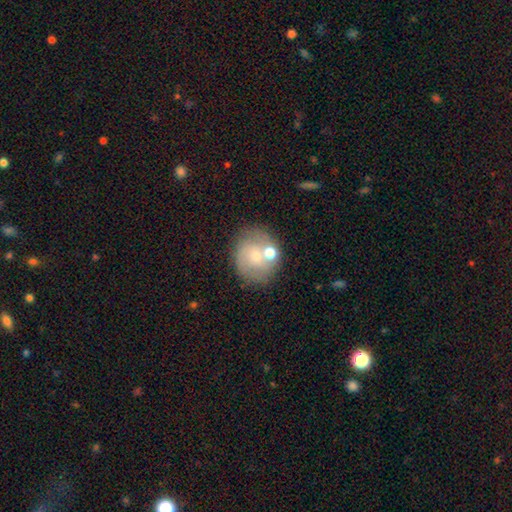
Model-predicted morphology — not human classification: The model was most divided on "smooth or featured": smooth: 54%, featured or disk: 36%, star or artifact: 9%. More confident: how rounded — round (77%); merging — none (56%).